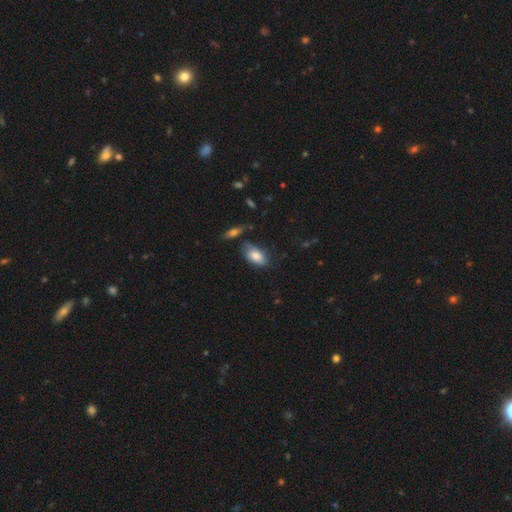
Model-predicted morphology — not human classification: Smooth or featured: smooth — 80% (featured or disk — 14%)
How rounded: in between — 92% (round — 5%)
Merging: none — 61% (minor disturbance — 25%)